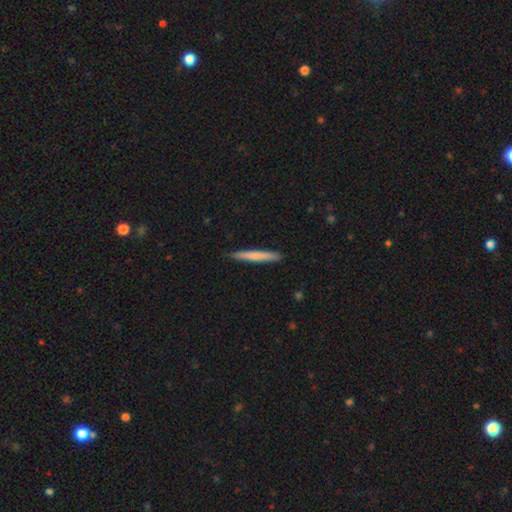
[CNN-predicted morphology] This is likely a smooth galaxy (69%). How rounded: clearly cigar-shaped (96%). Merging: clearly none (89%).